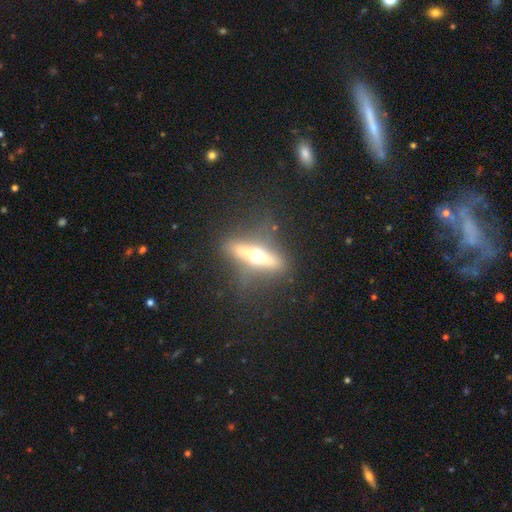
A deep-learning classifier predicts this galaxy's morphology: smooth_or_featured: featured or disk (p=0.64) [alt: smooth p=0.27]
disk_edge_on: yes (p=0.87) [alt: no p=0.13]
edge_on_bulge: rounded (p=0.95) [alt: boxy p=0.03]
merging: none (p=0.79) [alt: minor disturbance p=0.11]